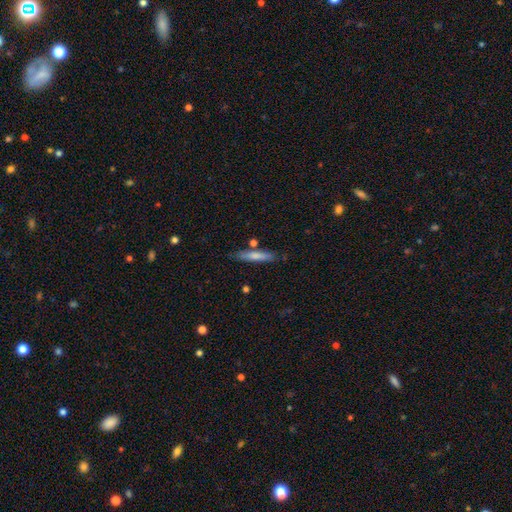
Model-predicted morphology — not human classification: This appears to be a smooth galaxy with no disk features (70%) that is cigar-shaped (88%). Merging: none (79%).